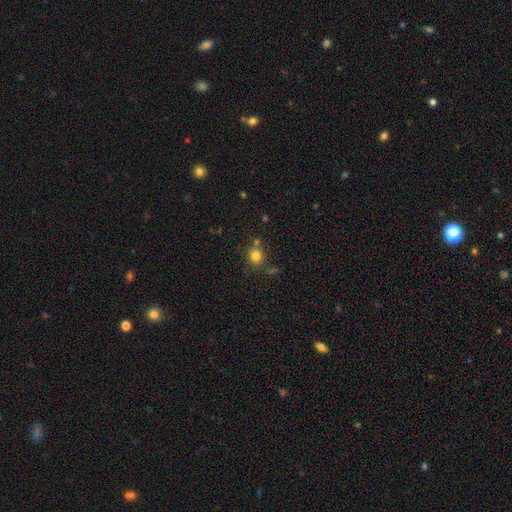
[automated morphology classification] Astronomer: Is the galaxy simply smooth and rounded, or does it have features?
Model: smooth — 81%.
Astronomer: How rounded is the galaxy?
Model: round — 82%.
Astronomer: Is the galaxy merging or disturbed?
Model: none — 75%.